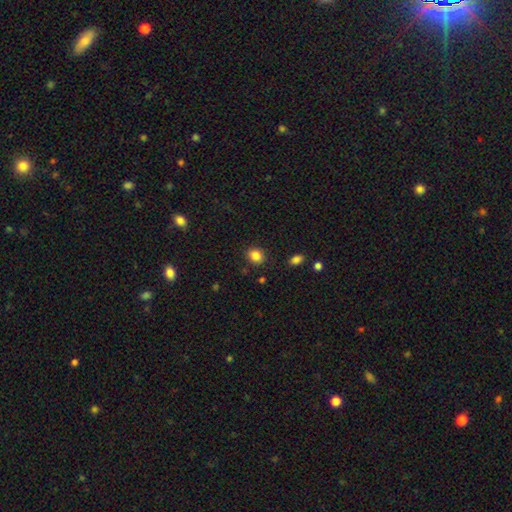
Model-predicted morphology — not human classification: The model was most divided on "how rounded": round: 62%, in between: 37%, cigar-shaped: 1%. More confident: merging — none (86%); smooth or featured — smooth (85%).